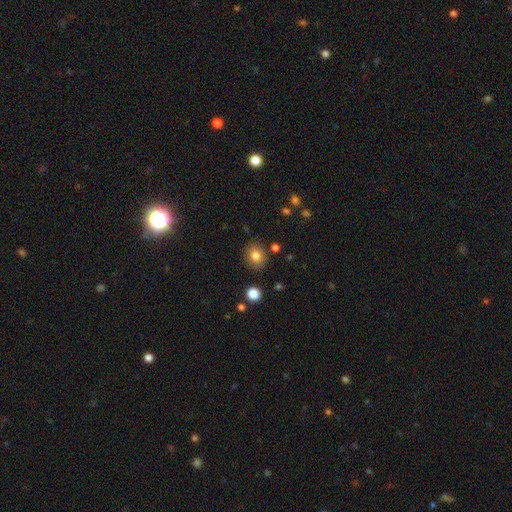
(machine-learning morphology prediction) Smooth or featured? Predicted: smooth (p=0.80). How rounded? Predicted: round (p=0.68). Merging? Predicted: none (p=0.86).